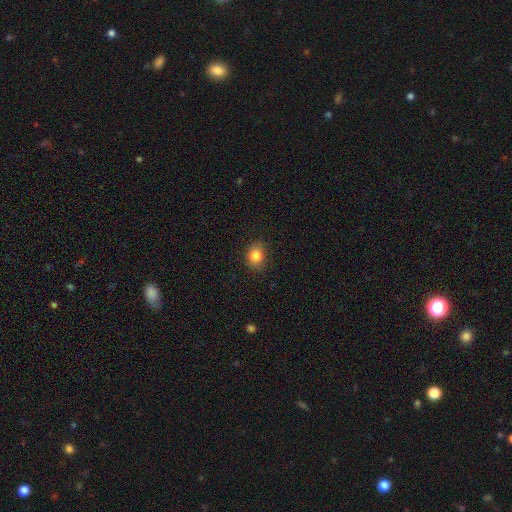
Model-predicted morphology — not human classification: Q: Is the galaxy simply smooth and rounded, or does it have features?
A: smooth — 84%.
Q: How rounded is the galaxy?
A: round — 58%.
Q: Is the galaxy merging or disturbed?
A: none — 82%.